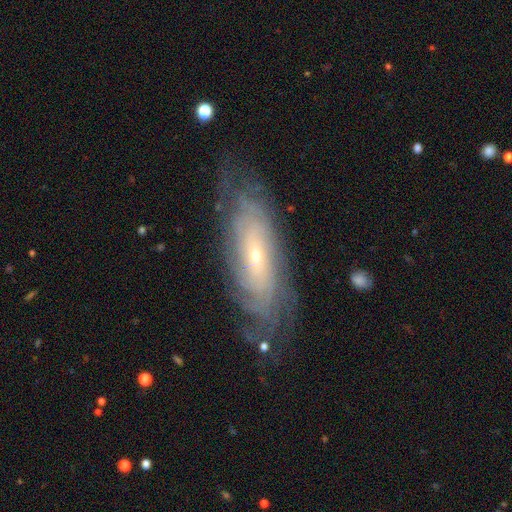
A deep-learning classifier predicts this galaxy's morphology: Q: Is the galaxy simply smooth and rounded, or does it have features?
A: featured or disk — 81%.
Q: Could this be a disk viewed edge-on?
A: no — 84%.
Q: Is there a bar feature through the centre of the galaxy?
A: no — 66%.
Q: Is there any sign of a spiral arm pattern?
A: yes — 92%.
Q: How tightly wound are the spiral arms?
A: tight — 78%.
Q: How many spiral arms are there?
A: can't tell — 57%.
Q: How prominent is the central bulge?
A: small — 72%.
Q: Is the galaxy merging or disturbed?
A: none — 76%.